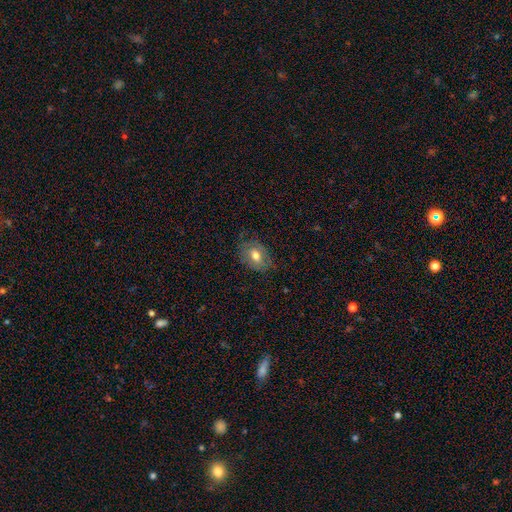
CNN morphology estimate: This is likely a smooth galaxy (63%). How rounded: likely in between (73%). Merging: likely none (71%).